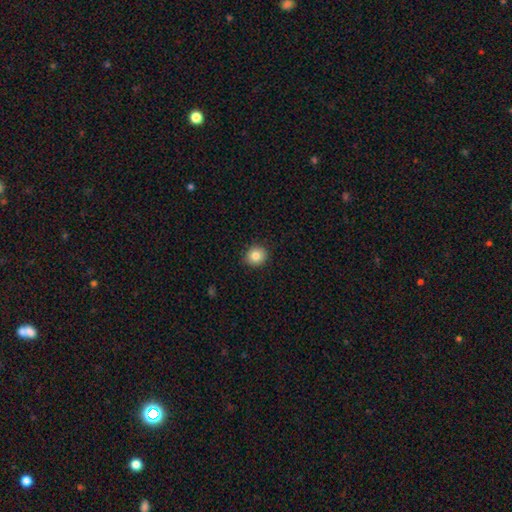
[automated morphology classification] Smooth or featured? smooth (85%)
How rounded? round (88%)
Merging? none (89%)